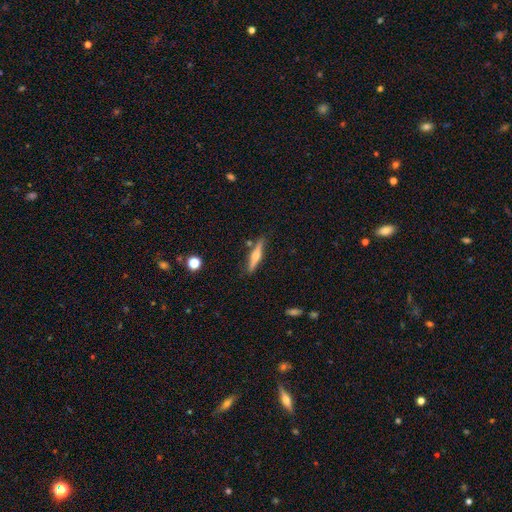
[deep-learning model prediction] Smooth or featured?
  - featured or disk: 63% *
  - smooth: 31%
  - star or artifact: 6%
Edge-on disk?
  - yes: 96% *
  - no: 4%
Edge-on bulge?
  - rounded: 89% *
  - none: 6%
  - boxy: 5%
Merging?
  - none: 84% *
  - minor disturbance: 10%
  - merger: 4%
  - major disturbance: 2%